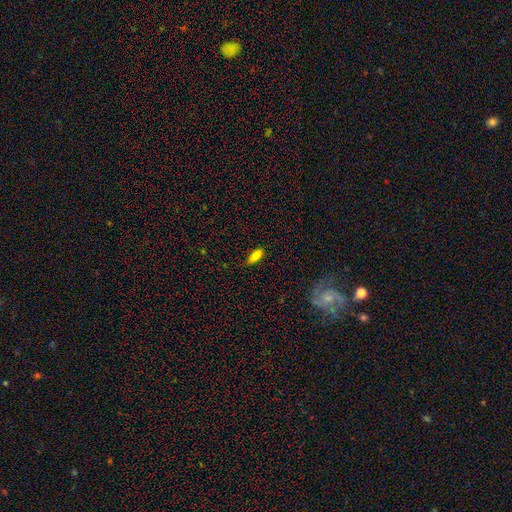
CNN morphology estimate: Smooth or featured?
  - smooth: 81% *
  - featured or disk: 10%
  - star or artifact: 9%
How rounded?
  - in between: 71% *
  - cigar-shaped: 26%
  - round: 3%
Merging?
  - none: 80% *
  - minor disturbance: 15%
  - major disturbance: 3%
  - merger: 1%